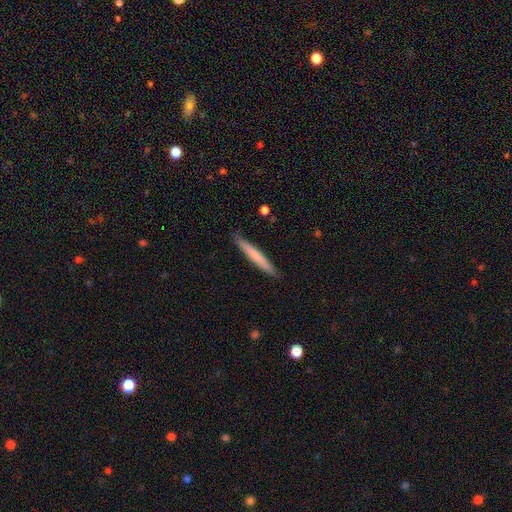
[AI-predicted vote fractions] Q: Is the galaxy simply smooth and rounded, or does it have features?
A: smooth — 68%.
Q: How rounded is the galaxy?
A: cigar-shaped — 96%.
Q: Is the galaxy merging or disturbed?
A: none — 91%.